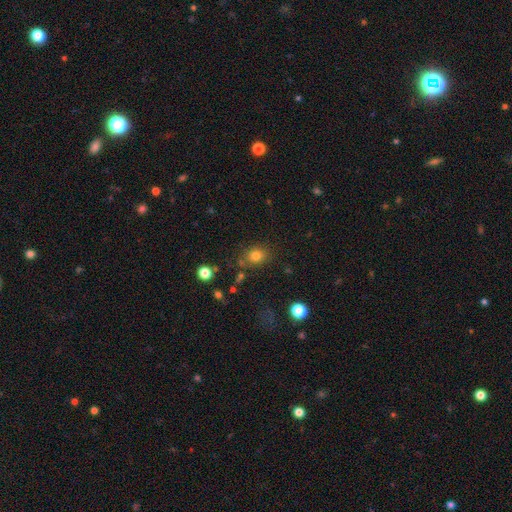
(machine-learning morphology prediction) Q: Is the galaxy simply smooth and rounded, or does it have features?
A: smooth — 79%.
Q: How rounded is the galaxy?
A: round — 65%.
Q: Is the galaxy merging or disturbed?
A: none — 76%.